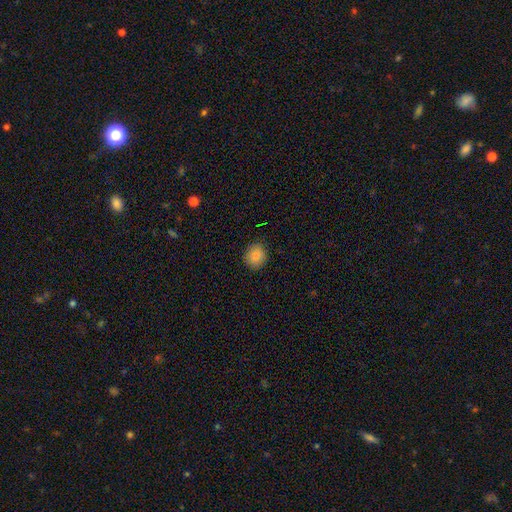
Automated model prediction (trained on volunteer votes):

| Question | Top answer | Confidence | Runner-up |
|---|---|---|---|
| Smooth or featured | smooth | 84% | star or artifact (9%) |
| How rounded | round | 78% | in between (21%) |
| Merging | none | 87% | minor disturbance (10%) |